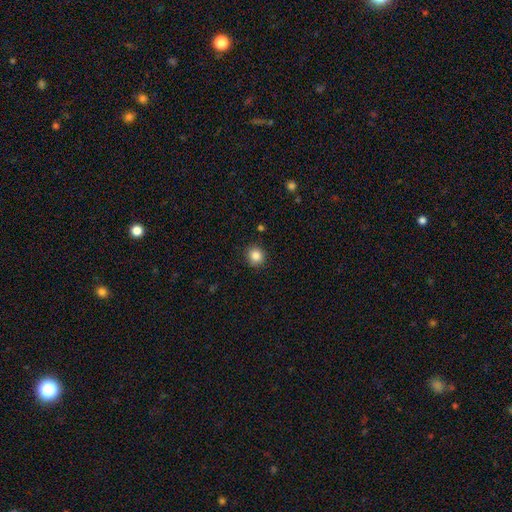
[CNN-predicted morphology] Smooth or featured? Predicted: smooth (p=0.85). How rounded? Predicted: round (p=0.87). Merging? Predicted: none (p=0.90).